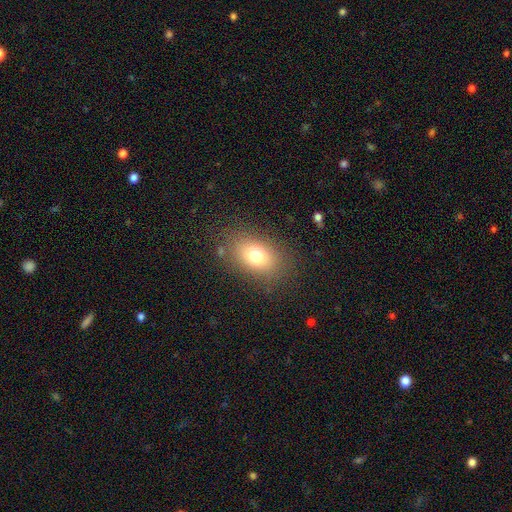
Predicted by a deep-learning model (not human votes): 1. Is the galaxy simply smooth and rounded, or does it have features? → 74% smooth, 13% featured or disk, 12% star or artifact.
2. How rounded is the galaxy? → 79% in between, 20% round, 2% cigar-shaped.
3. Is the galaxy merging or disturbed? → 81% none, 12% minor disturbance, 5% major disturbance, 2% merger.